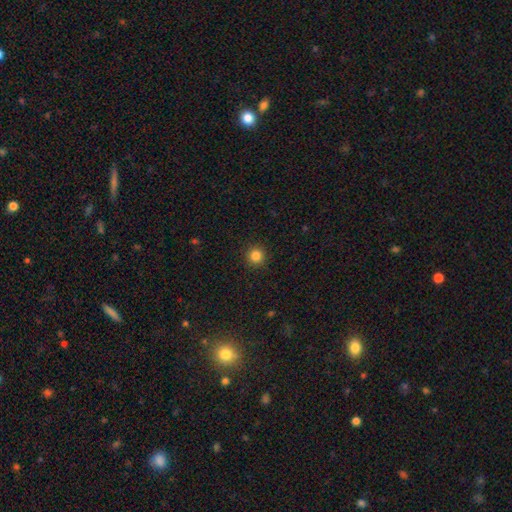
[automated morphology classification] Smooth or featured? smooth (84%)
How rounded? round (94%)
Merging? none (92%)